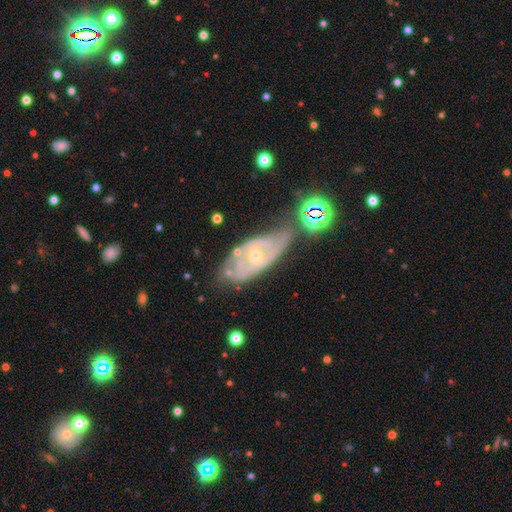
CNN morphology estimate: Smooth or featured? featured or disk (78%)
Edge-on disk? no (91%)
Bar? no (73%)
Spiral arms? yes (81%)
Spiral winding? tight (58%)
Spiral arm count? can't tell (49%)
Bulge size? small (66%)
Merging? none (47%)